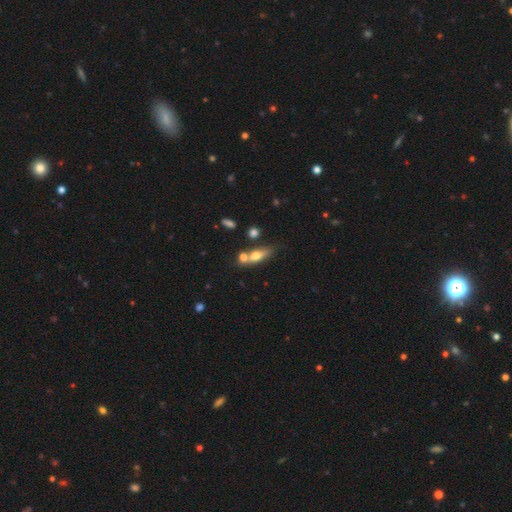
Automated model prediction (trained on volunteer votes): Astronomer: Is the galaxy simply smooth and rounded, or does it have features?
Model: smooth — 63%.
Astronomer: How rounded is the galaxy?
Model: in between — 56% (runner-up: cigar-shaped, 38%).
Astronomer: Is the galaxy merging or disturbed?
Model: none — 49% (runner-up: merger, 32%).